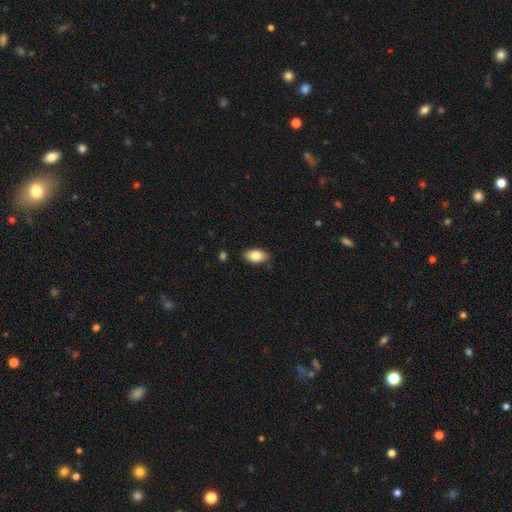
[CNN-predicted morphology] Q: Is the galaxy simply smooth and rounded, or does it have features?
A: smooth — 83%.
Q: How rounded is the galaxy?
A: in between — 92%.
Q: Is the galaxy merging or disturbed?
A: none — 80%.